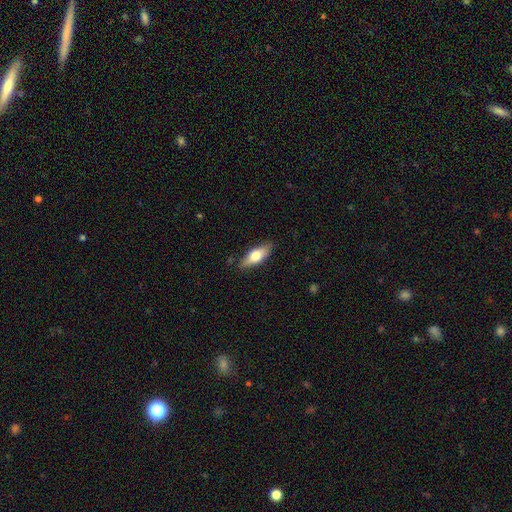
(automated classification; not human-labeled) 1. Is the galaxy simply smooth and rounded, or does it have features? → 57% smooth, 37% featured or disk, 6% star or artifact.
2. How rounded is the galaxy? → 67% in between, 30% cigar-shaped, 3% round.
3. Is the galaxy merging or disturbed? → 83% none, 13% minor disturbance, 3% major disturbance, 1% merger.